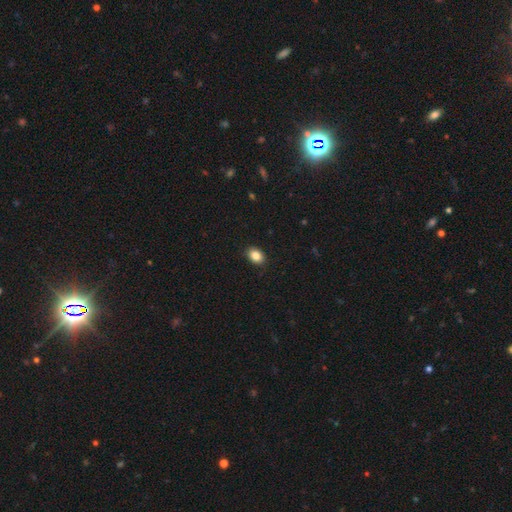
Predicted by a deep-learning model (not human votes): smooth 86%, star or artifact 9%, featured or disk 5%. Down the decision tree: how rounded — in between (76%); merging — none (89%).